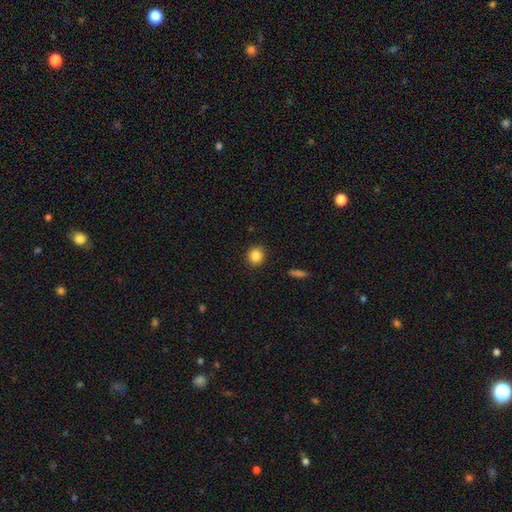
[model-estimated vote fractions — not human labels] A smooth galaxy with no disk features (85%) that is round (85%). Merging: none (91%).